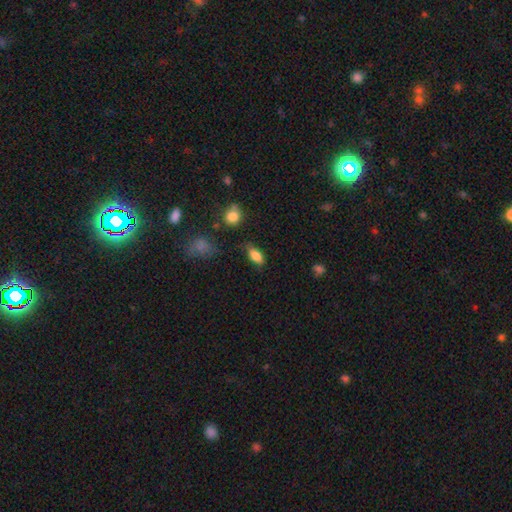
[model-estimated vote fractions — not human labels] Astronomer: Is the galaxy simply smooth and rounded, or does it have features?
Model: smooth — 80%.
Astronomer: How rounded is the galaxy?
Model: in between — 84%.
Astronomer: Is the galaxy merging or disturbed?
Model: none — 69%.